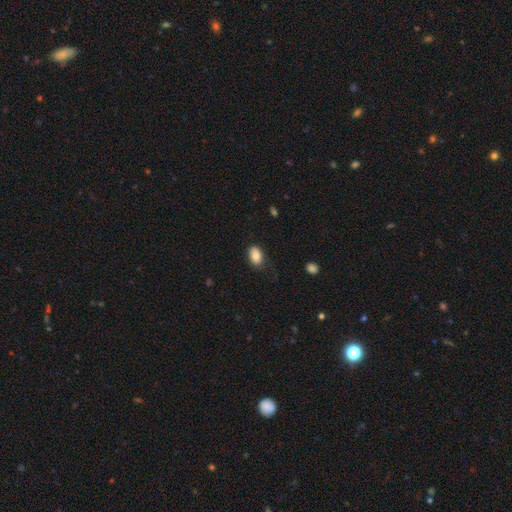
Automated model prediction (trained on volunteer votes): Smooth or featured?
  - smooth: 80% *
  - featured or disk: 12%
  - star or artifact: 8%
How rounded?
  - in between: 88% *
  - round: 10%
  - cigar-shaped: 1%
Merging?
  - none: 72% *
  - minor disturbance: 21%
  - major disturbance: 5%
  - merger: 1%